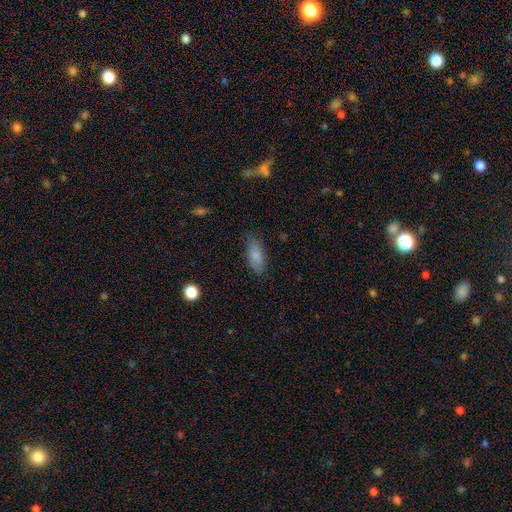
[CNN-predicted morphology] Smooth or featured: smooth — 83% (featured or disk — 9%)
How rounded: in between — 81% (cigar-shaped — 17%)
Merging: none — 80% (minor disturbance — 15%)